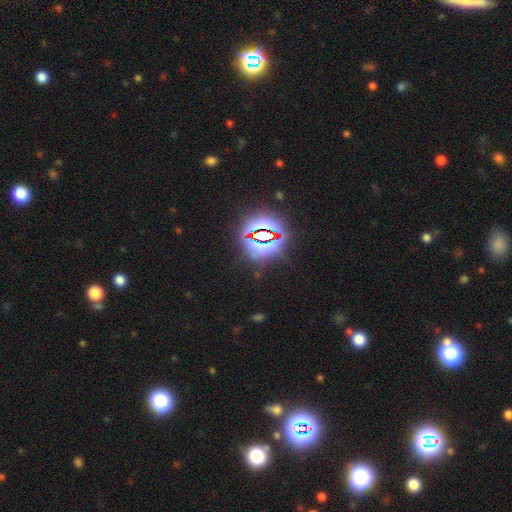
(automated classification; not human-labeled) Smooth or featured?
  - star or artifact: 81% *
  - smooth: 11%
  - featured or disk: 7%